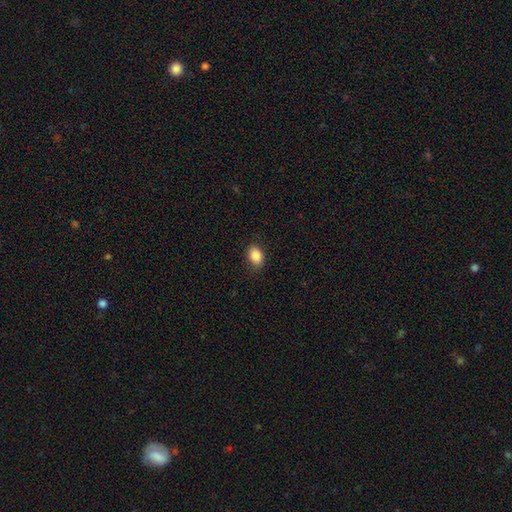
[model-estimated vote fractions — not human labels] The model was most divided on "how rounded": in between: 79%, round: 19%, cigar-shaped: 1%. More confident: smooth or featured — smooth (87%); merging — none (86%).